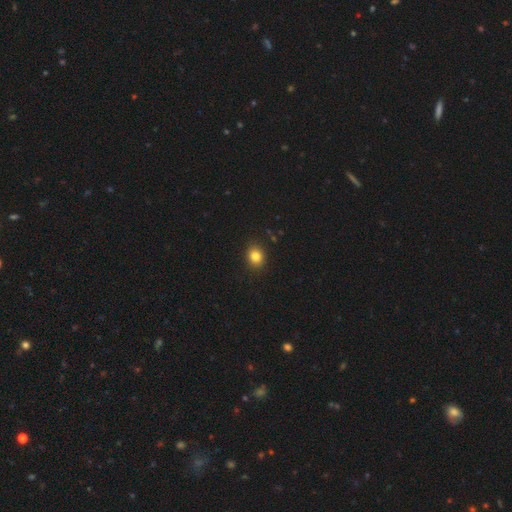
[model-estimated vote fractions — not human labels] Smooth or featured? Predicted: smooth (p=0.83). How rounded? Predicted: round (p=0.60). Merging? Predicted: none (p=0.89).